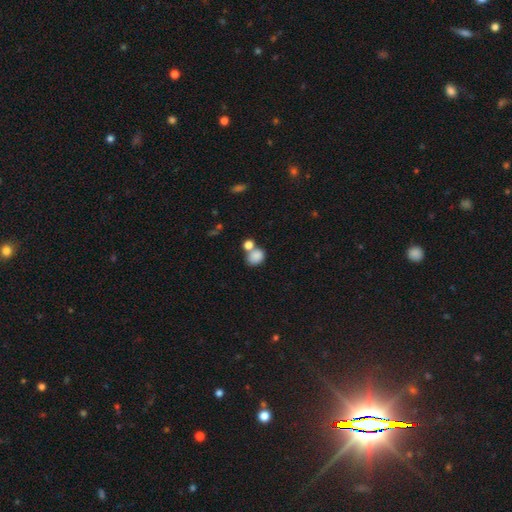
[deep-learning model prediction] smooth_or_featured: smooth (p=0.83) [alt: star or artifact p=0.10]
how_rounded: in between (p=0.57) [alt: round p=0.42]
merging: none (p=0.45) [alt: merger p=0.37]